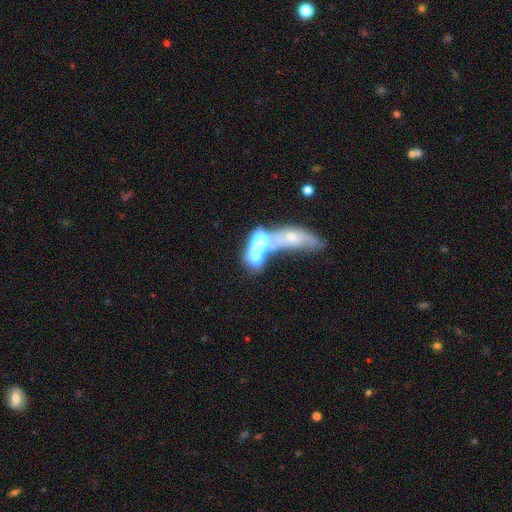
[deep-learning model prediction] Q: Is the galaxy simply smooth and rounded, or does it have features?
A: featured or disk — 47%.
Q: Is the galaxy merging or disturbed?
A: merger — 74%.